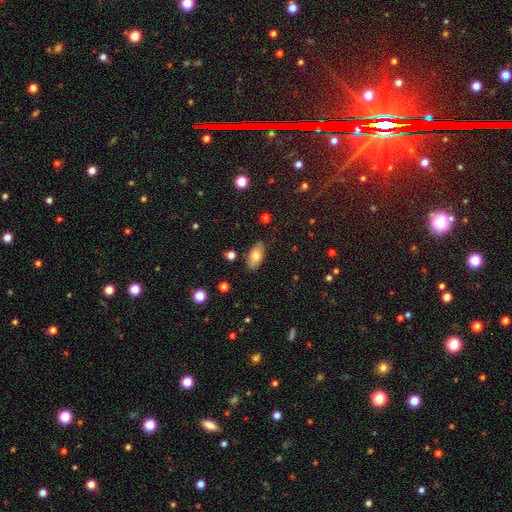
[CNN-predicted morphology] The model was most divided on "smooth or featured": smooth: 75%, featured or disk: 17%, star or artifact: 9%. More confident: how rounded — in between (91%); merging — none (85%).